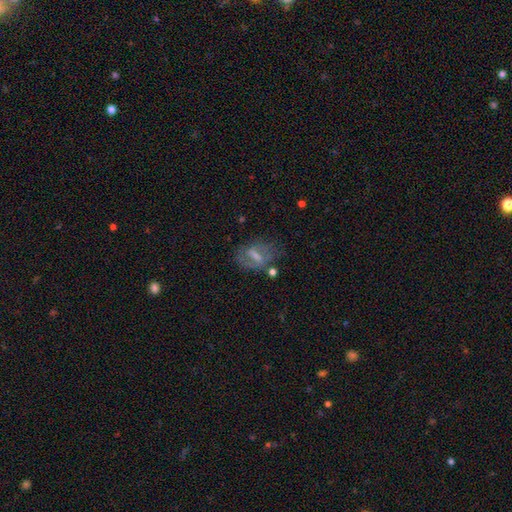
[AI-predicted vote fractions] featured or disk 54%, smooth 31%, star or artifact 15%. Down the decision tree: edge-on disk — no (91%); merging — none (57%).